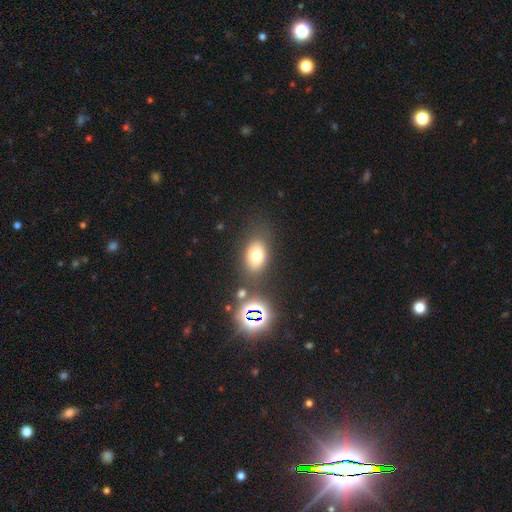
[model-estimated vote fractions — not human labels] Smooth or featured? smooth (71%)
How rounded? in between (81%)
Merging? none (74%)